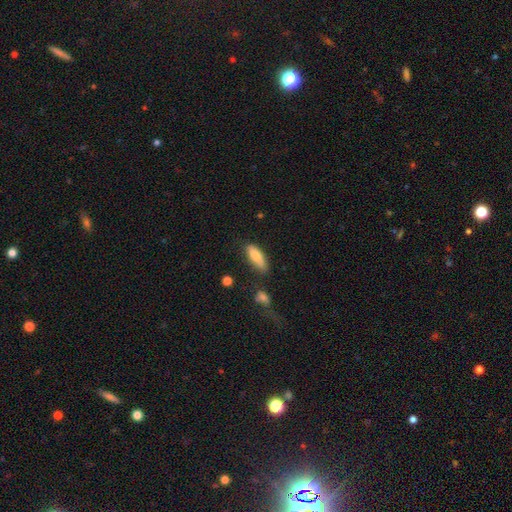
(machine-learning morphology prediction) This appears to be a smooth galaxy with no disk features (78%) that is in between round and cigar-shaped (65%). Merging: none (67%).